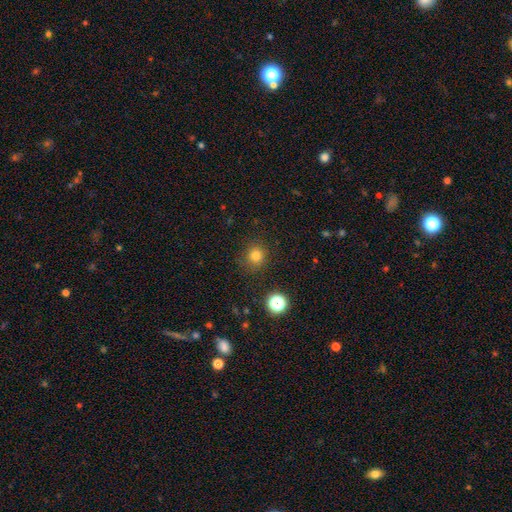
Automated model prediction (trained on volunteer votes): The model was most divided on "smooth or featured": smooth: 78%, star or artifact: 17%, featured or disk: 6%. More confident: how rounded — round (87%); merging — none (86%).